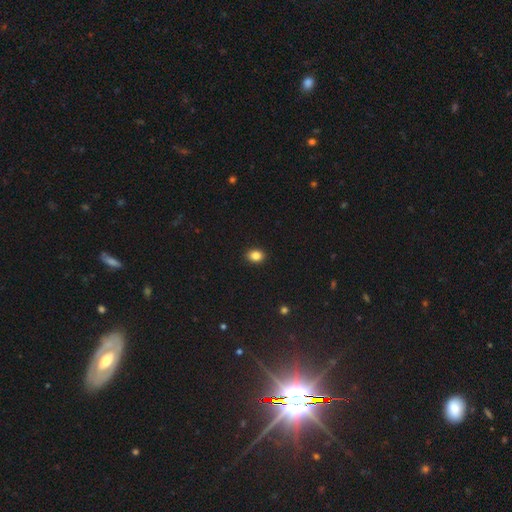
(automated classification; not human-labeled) smooth 85%, star or artifact 10%, featured or disk 4%. Down the decision tree: how rounded — in between (52%); merging — none (91%).